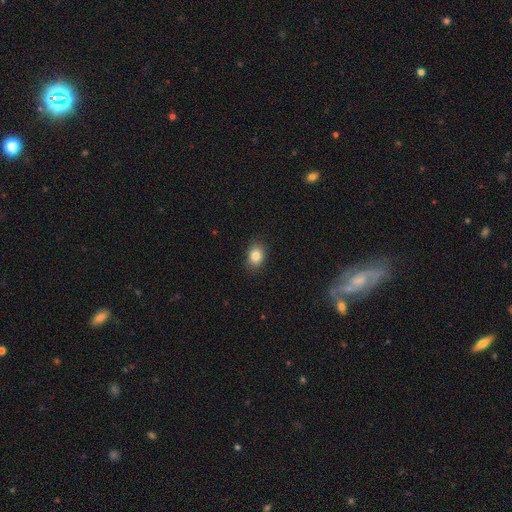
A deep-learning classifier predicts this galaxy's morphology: Smooth or featured? smooth (84%)
How rounded? in between (62%)
Merging? none (88%)